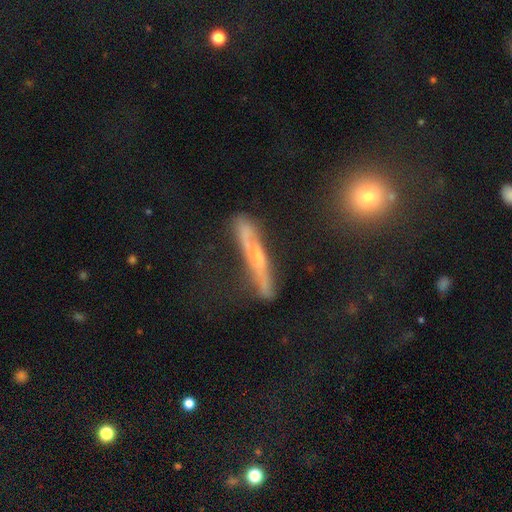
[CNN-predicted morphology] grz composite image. It shows a featured or disk galaxy (63%) viewed edge-on (81%) with a rounded central bulge (63%). Merging: none (57%).